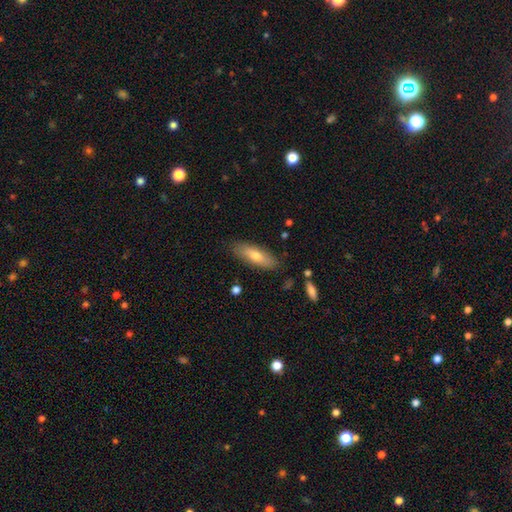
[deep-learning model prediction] smooth_or_featured: smooth (p=0.67) [alt: featured or disk p=0.26]
how_rounded: in between (p=0.54) [alt: cigar-shaped p=0.44]
merging: none (p=0.84) [alt: minor disturbance p=0.12]